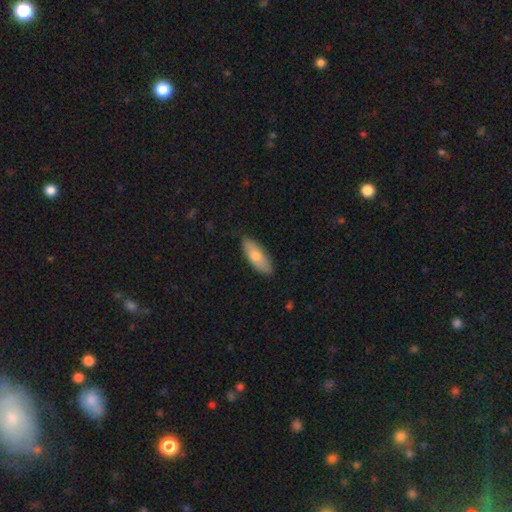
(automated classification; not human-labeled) A smooth galaxy with no disk features (72%) that is in between round and cigar-shaped (76%).

Vote fractions:
- Smooth or featured? smooth: 72% / featured or disk: 22% / star or artifact: 5%
- How rounded? in between: 76% / cigar-shaped: 22% / round: 2%
- Merging? none: 84% / minor disturbance: 13% / major disturbance: 2% / merger: 1%